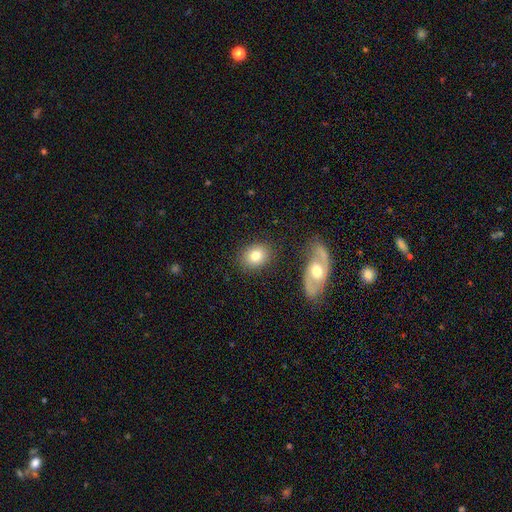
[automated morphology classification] A smooth galaxy with no disk features (79%) that is in between round and cigar-shaped (51%). Merging: none (82%).